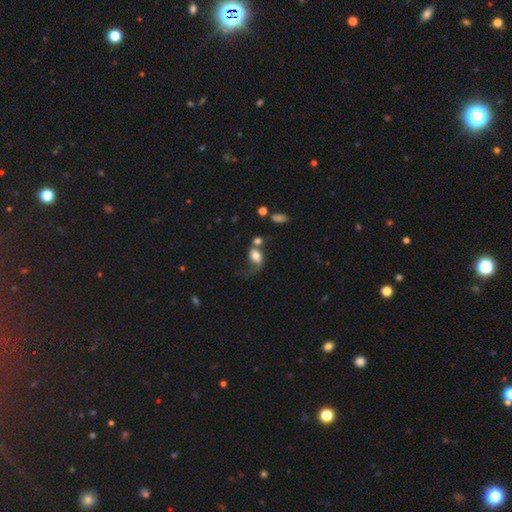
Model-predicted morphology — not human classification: Q: Smooth or featured?
A: smooth (62%); runner-up: featured or disk (29%)
Q: How rounded?
A: in between (66%); runner-up: round (31%)
Q: Merging?
A: major disturbance (40%); runner-up: merger (24%)